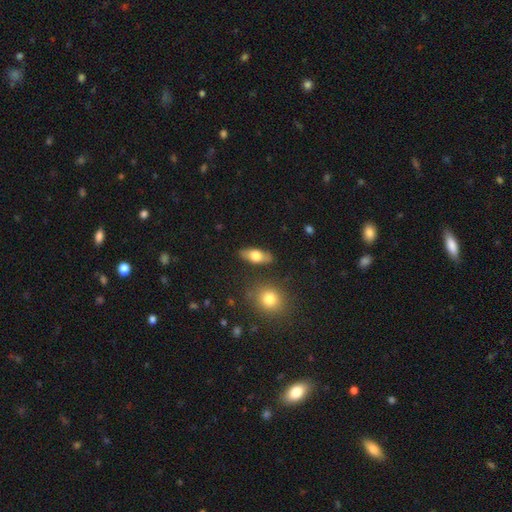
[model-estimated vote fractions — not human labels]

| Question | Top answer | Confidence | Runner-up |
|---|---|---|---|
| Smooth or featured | smooth | 66% | featured or disk (28%) |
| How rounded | in between | 77% | cigar-shaped (18%) |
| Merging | none | 83% | minor disturbance (11%) |